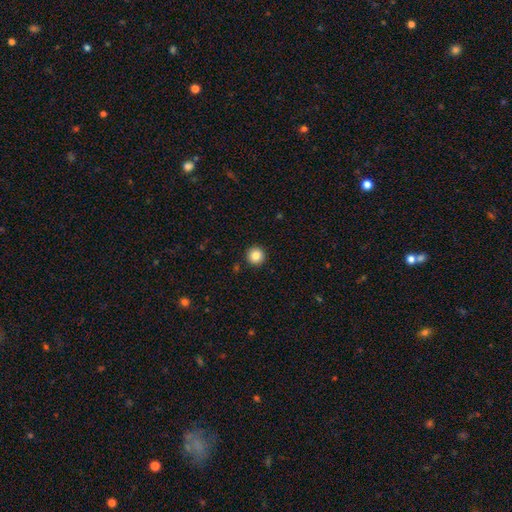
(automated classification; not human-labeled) Smooth or featured?
  - smooth: 84% *
  - star or artifact: 10%
  - featured or disk: 6%
How rounded?
  - round: 96% *
  - in between: 3%
  - cigar-shaped: 1%
Merging?
  - none: 93% *
  - minor disturbance: 4%
  - major disturbance: 1%
  - merger: 1%